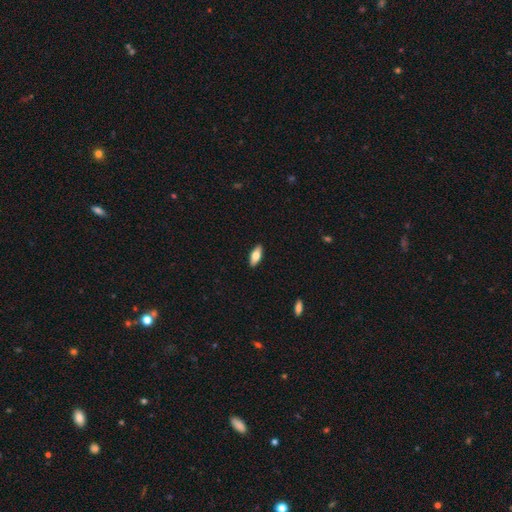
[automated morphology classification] This is likely a smooth galaxy (71%). How rounded: likely in between (78%). Merging: clearly none (90%).